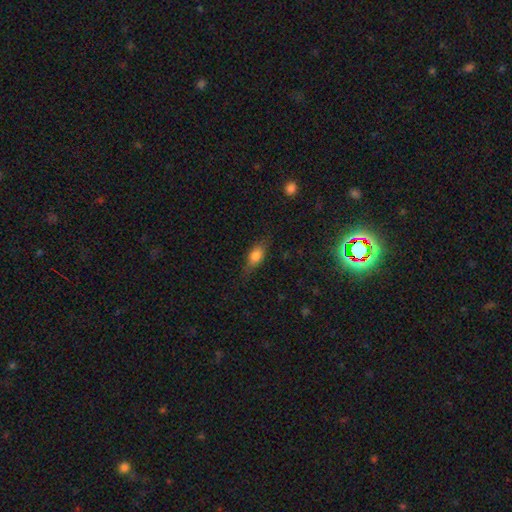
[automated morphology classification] Q: Smooth or featured?
A: smooth (72%); runner-up: featured or disk (19%)
Q: How rounded?
A: in between (73%); runner-up: cigar-shaped (21%)
Q: Merging?
A: none (76%); runner-up: minor disturbance (18%)